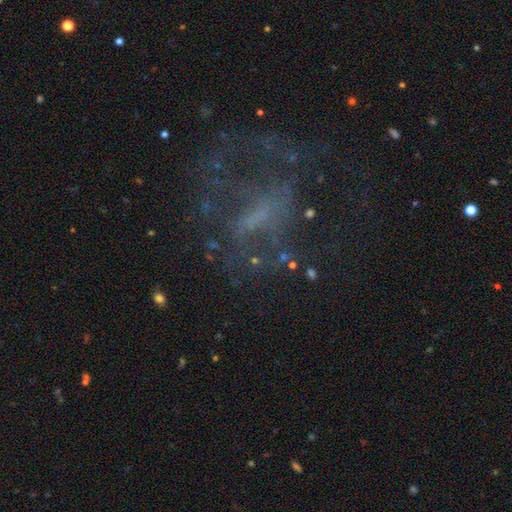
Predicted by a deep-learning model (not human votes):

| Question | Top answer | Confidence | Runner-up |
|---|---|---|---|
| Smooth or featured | featured or disk | 60% | star or artifact (23%) |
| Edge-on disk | no | 95% | yes (5%) |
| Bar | no | 42% | weak (36%) |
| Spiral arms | no | 55% | yes (45%) |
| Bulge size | none | 52% | small (30%) |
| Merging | none | 45% | major disturbance (35%) |